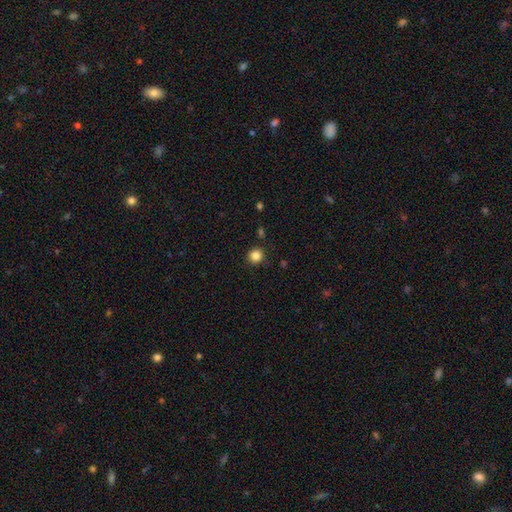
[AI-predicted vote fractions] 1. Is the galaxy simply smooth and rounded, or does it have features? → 85% smooth, 11% star or artifact, 4% featured or disk.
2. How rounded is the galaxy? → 92% round, 7% in between, 1% cigar-shaped.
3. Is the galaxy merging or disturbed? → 89% none, 7% minor disturbance, 2% major disturbance, 2% merger.